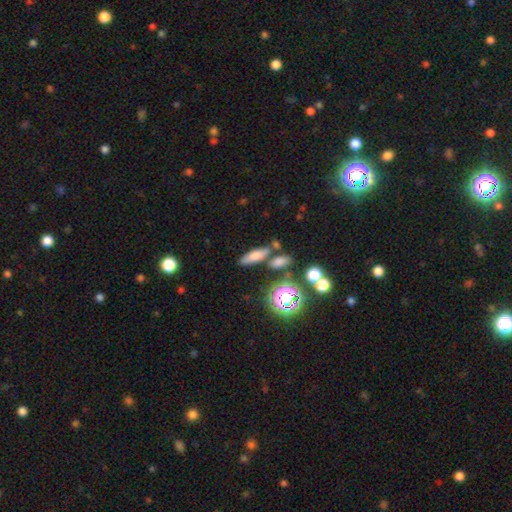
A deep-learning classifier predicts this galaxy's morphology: Q: Smooth or featured?
A: smooth (65%); runner-up: featured or disk (18%)
Q: How rounded?
A: in between (46%); runner-up: cigar-shaped (45%)
Q: Merging?
A: none (70%); runner-up: merger (15%)